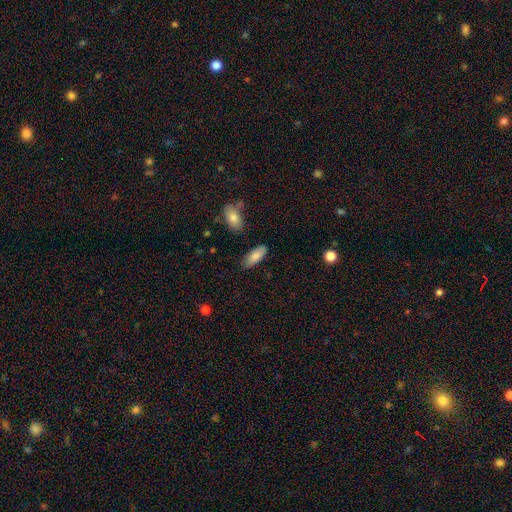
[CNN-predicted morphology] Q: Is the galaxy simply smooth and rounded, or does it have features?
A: smooth — 84%.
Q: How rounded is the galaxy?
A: in between — 81%.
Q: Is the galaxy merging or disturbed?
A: none — 82%.